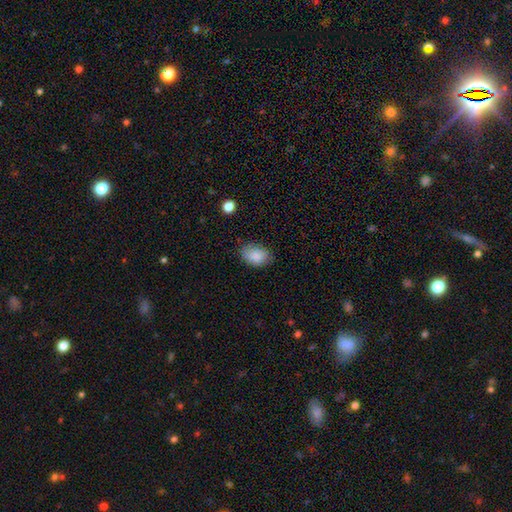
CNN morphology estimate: Q: Smooth or featured?
A: smooth (85%); runner-up: featured or disk (8%)
Q: How rounded?
A: in between (83%); runner-up: round (16%)
Q: Merging?
A: none (74%); runner-up: minor disturbance (21%)